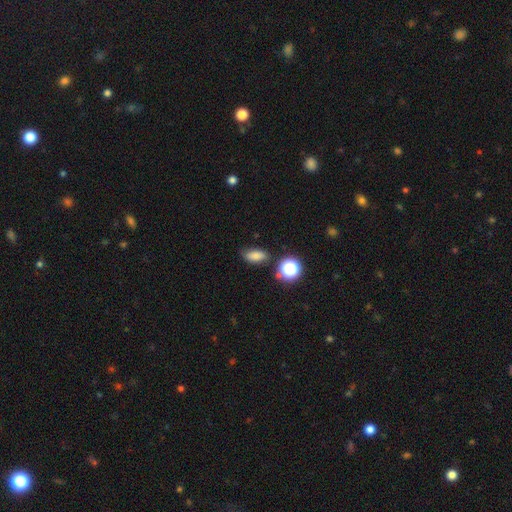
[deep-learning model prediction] A smooth galaxy with no disk features (77%) that is in between round and cigar-shaped (81%). Merging: none (75%).